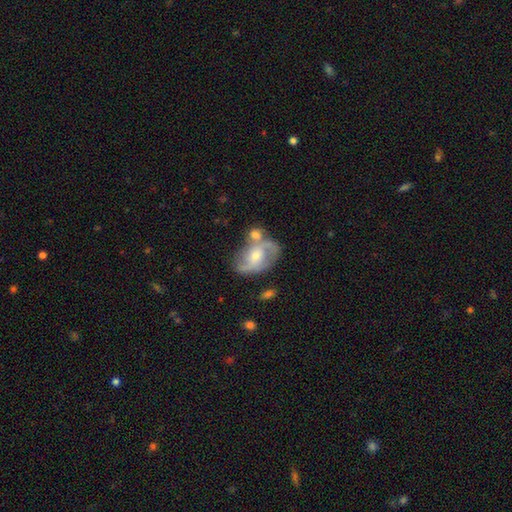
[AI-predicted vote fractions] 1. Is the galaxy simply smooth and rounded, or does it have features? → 72% featured or disk, 22% smooth, 7% star or artifact.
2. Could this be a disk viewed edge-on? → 97% no, 3% yes.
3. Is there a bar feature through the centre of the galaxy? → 54% no, 36% weak, 10% strong.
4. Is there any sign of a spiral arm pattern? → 86% yes, 14% no.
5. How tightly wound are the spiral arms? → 45% medium, 38% loose, 17% tight.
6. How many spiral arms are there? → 80% 2, 10% can't tell, 4% 1, 3% 3, 1% 4, 1% more than 4.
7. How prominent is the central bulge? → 47% moderate (tied), 47% small (tied), 3% large, 2% none, 1% dominant.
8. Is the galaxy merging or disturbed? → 43% none, 26% merger, 20% minor disturbance, 11% major disturbance.